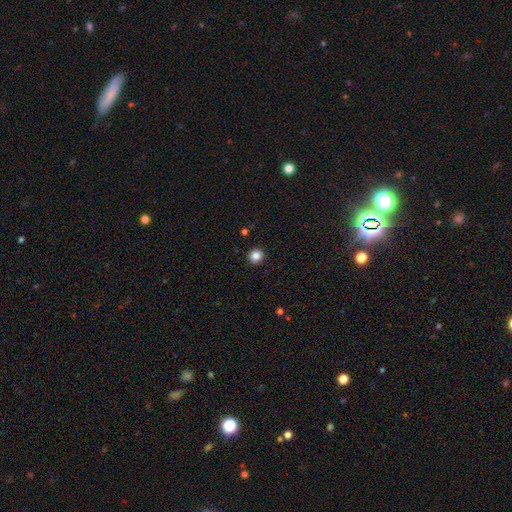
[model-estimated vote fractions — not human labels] smooth 85%, star or artifact 11%, featured or disk 4%. Down the decision tree: how rounded — round (92%); merging — none (93%).